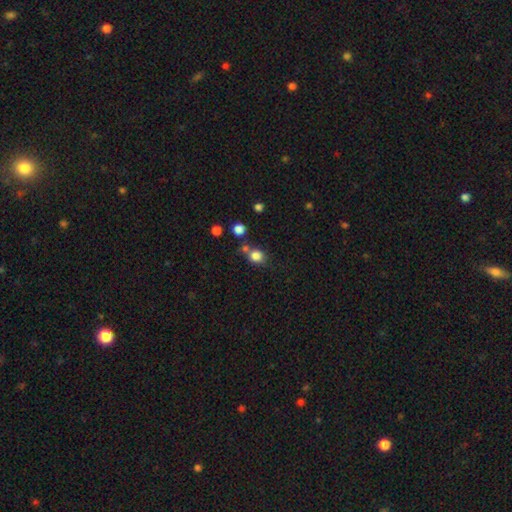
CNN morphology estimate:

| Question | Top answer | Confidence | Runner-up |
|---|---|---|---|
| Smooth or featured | smooth | 83% | star or artifact (11%) |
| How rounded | round | 71% | in between (28%) |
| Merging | none | 62% | merger (21%) |